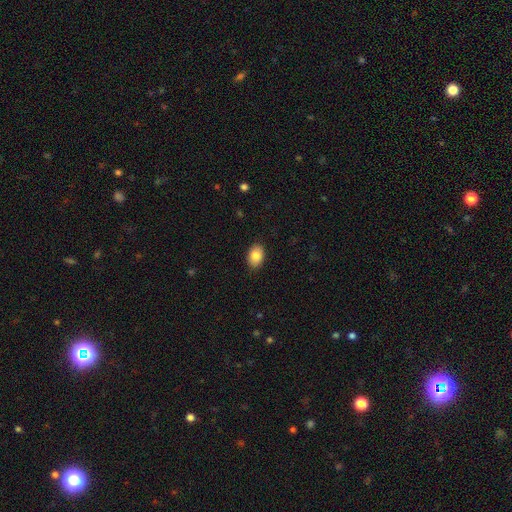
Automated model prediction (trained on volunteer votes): The model was most divided on "how rounded": in between: 84%, round: 14%, cigar-shaped: 1%. More confident: merging — none (89%); smooth or featured — smooth (85%).